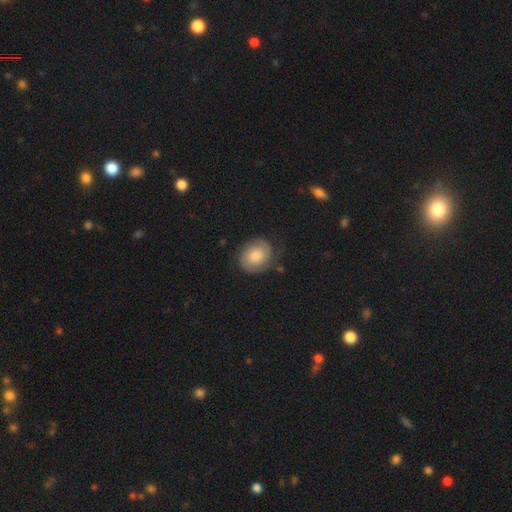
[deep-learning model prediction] Smooth or featured? smooth (48%)
Merging? none (71%)